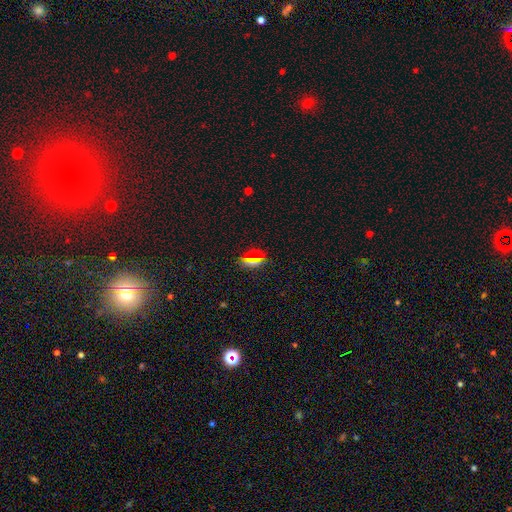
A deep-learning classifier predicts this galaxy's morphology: type=smooth (65%); roundness=in between (67%); merging=none (85%).